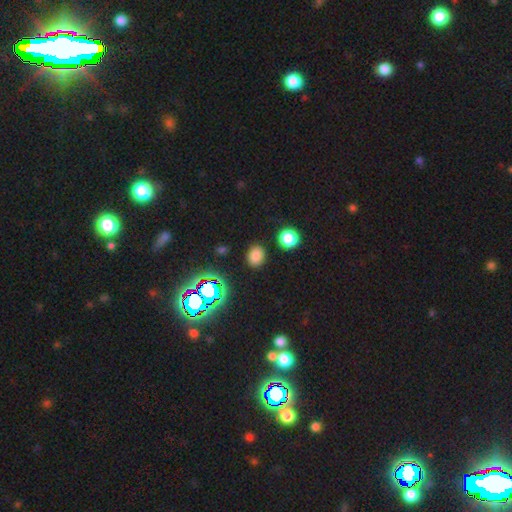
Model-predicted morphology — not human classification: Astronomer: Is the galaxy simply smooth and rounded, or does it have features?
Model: smooth — 76%.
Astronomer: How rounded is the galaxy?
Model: round — 55% (runner-up: in between, 44%).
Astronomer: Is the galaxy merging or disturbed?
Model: none — 87%.